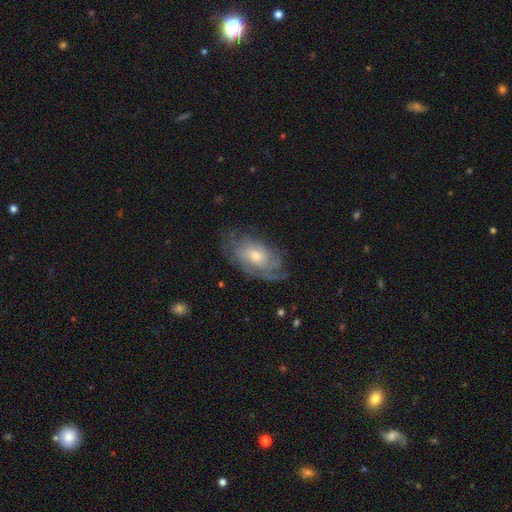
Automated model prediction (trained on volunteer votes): The model was most divided on "bulge size": moderate: 48%, small: 46%, large: 3%, none: 1%, dominant: 1%. More confident: edge-on disk — no (93%); spiral arms — yes (84%); bar — no (74%); smooth or featured — featured or disk (69%); merging — none (67%); spiral arm count — can't tell (57%); spiral winding — tight (56%).